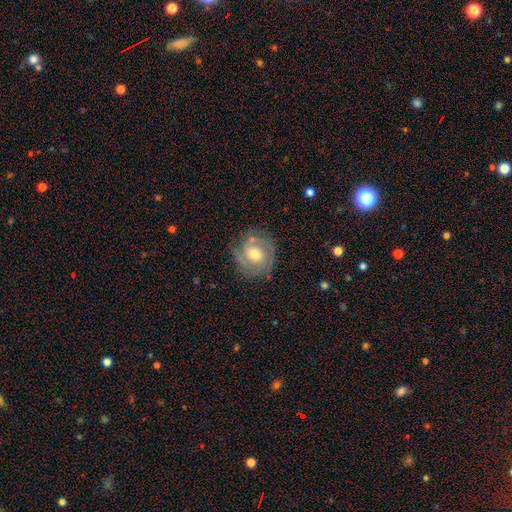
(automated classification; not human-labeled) featured or disk 68%, smooth 25%, star or artifact 7%. Down the decision tree: edge-on disk — no (97%); bar — no (62%); spiral arms — yes (84%); spiral arm count — 2 (53%); spiral winding — tight (54%); bulge size — moderate (69%); merging — none (74%).